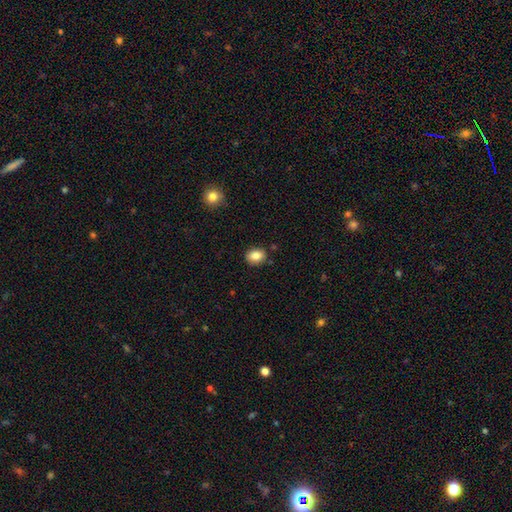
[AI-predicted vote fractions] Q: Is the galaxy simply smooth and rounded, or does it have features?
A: smooth — 84%.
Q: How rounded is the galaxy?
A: in between — 52%.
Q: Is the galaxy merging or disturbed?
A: none — 86%.